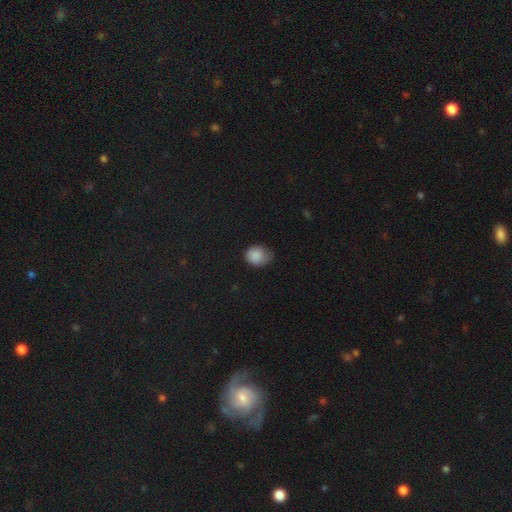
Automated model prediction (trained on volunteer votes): A smooth galaxy with no disk features (86%) that is round (61%). Merging: none (50%).